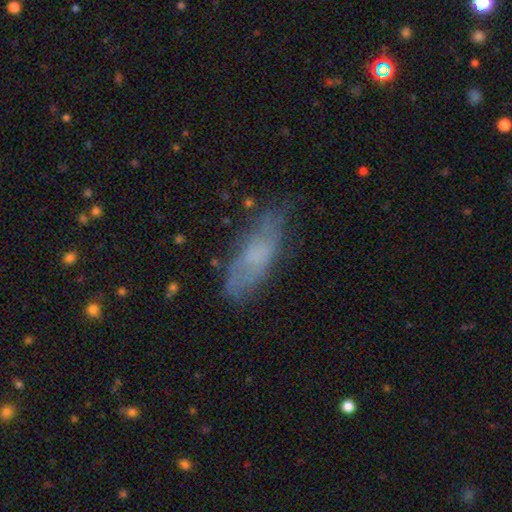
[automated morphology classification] type=smooth (57%); roundness=in between (61%); merging=none (65%).